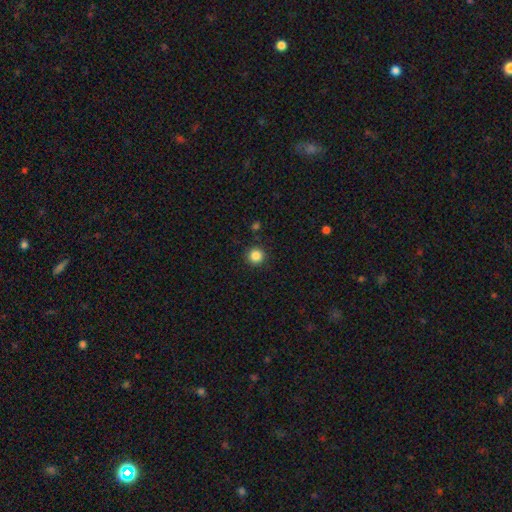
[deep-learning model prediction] Smooth or featured?
  - smooth: 85% *
  - star or artifact: 11%
  - featured or disk: 4%
How rounded?
  - round: 95% *
  - in between: 4%
  - cigar-shaped: 1%
Merging?
  - none: 90% *
  - minor disturbance: 6%
  - major disturbance: 2%
  - merger: 2%